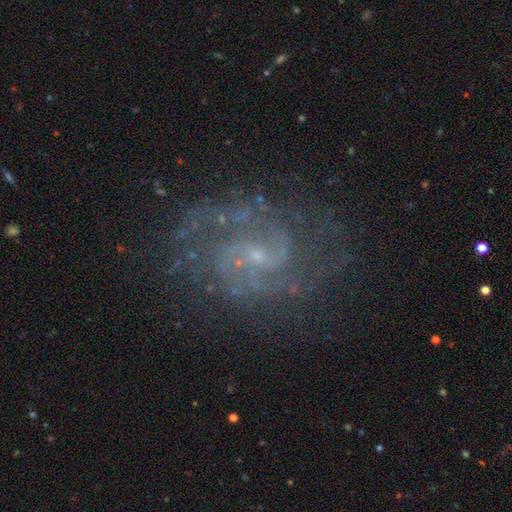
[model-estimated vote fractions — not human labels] This appears to be a featured or disk galaxy (86%) with no bar (47%), 2 (66%) medium (52%) spiral arms (96%) and a small central bulge (78%). Merging: none (76%).